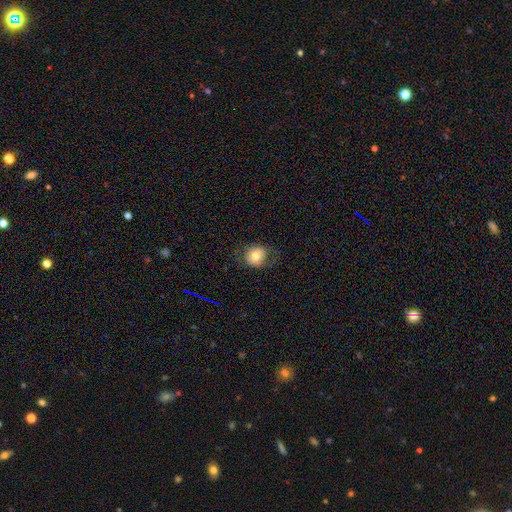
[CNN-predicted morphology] This is likely a smooth galaxy (68%). How rounded: likely round (74%). Merging: likely none (68%).